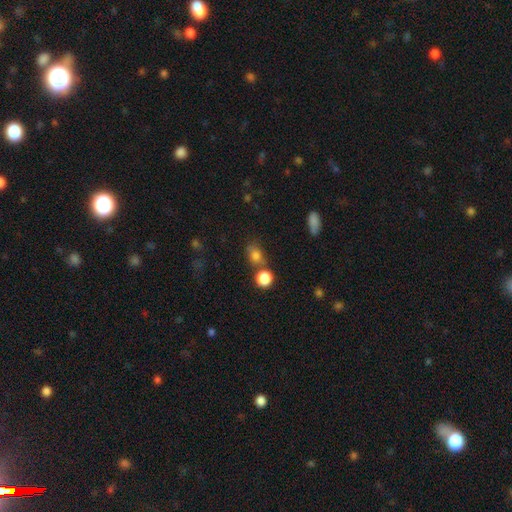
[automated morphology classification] A smooth galaxy with no disk features (78%) that is in between round and cigar-shaped (50%). Merging: none (56%).